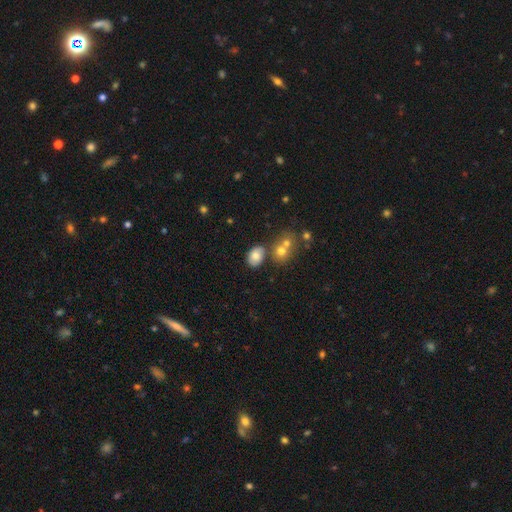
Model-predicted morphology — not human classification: Q: Smooth or featured?
A: smooth (80%); runner-up: star or artifact (11%)
Q: How rounded?
A: in between (77%); runner-up: round (22%)
Q: Merging?
A: none (65%); runner-up: merger (17%)